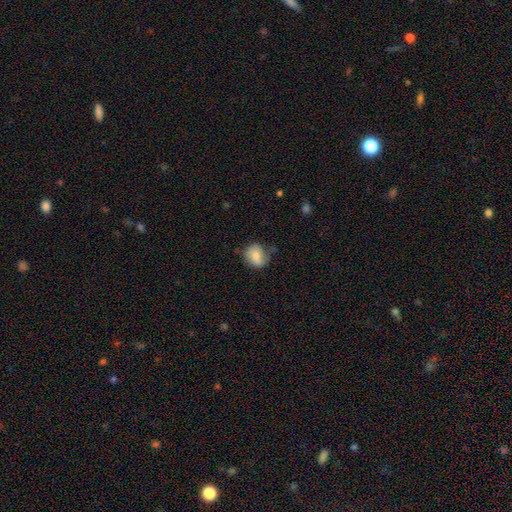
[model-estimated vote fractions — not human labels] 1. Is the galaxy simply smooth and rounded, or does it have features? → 73% smooth, 19% featured or disk, 8% star or artifact.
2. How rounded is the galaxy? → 61% round, 38% in between, 1% cigar-shaped.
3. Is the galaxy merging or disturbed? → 60% none, 28% minor disturbance, 8% major disturbance, 3% merger.